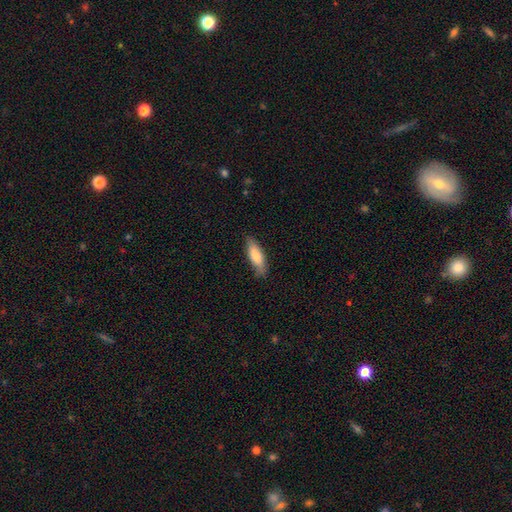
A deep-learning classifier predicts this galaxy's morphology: This appears to be a smooth galaxy with no disk features (79%) that is in between round and cigar-shaped (51%). Merging: none (81%).